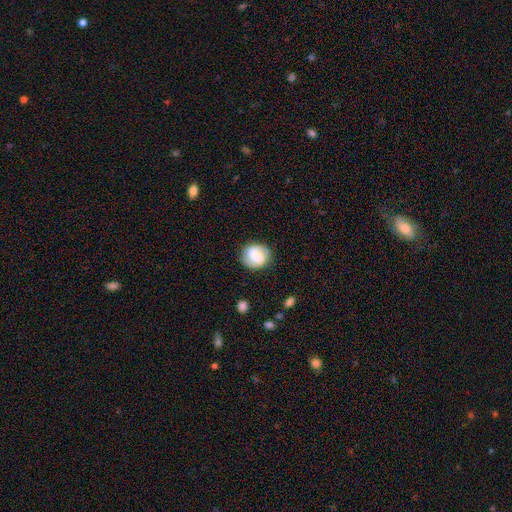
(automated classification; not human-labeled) This appears to be a featured or disk galaxy (50%). Merging: none (82%).